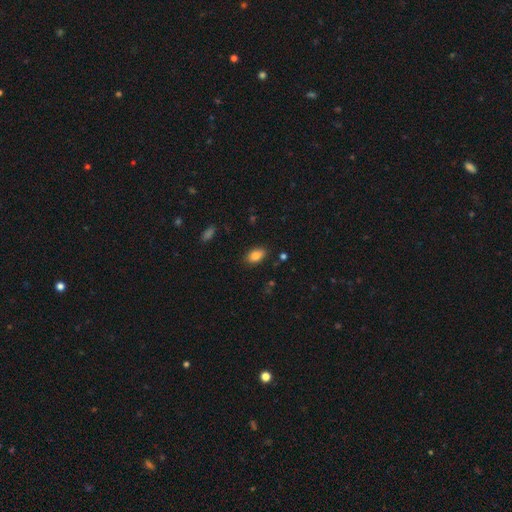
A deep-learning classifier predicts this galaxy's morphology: Smooth or featured? smooth (85%)
How rounded? in between (90%)
Merging? none (85%)